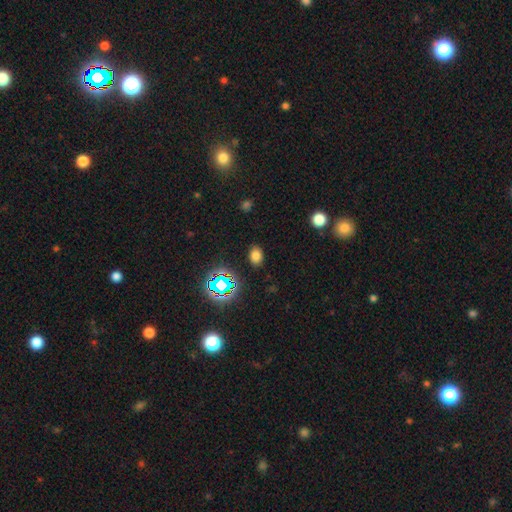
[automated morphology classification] Smooth or featured? Predicted: smooth (p=0.73). How rounded? Predicted: in between (p=0.77). Merging? Predicted: none (p=0.87).